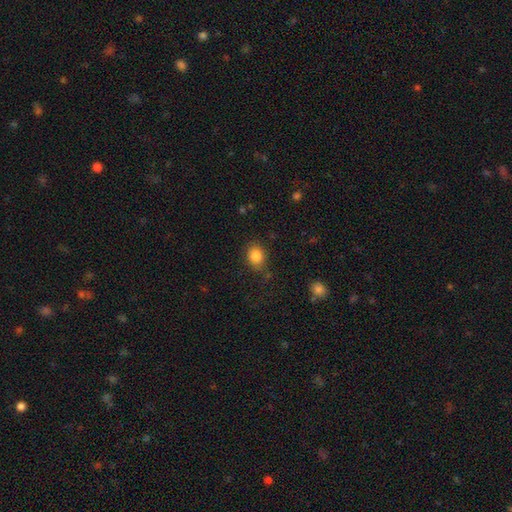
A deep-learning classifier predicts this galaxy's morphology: Overall: smooth (84%). How rounded: in between (52%; round 47%). Merging: none (78%).